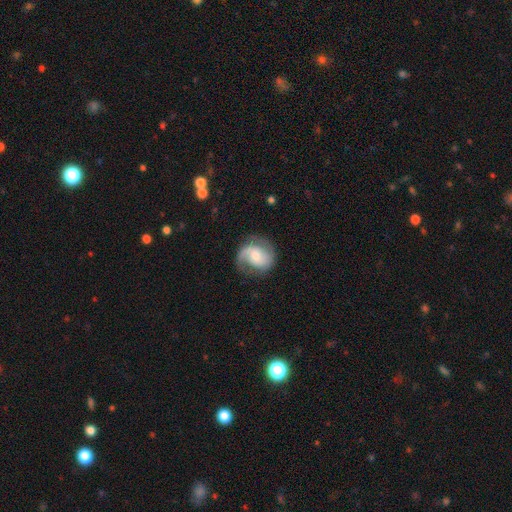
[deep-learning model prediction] This appears to be a featured or disk galaxy (73%) with no bar (52%), 2 (76%) medium (45%) spiral arms (93%) and a moderate central bulge (51%). Merging: none (68%).